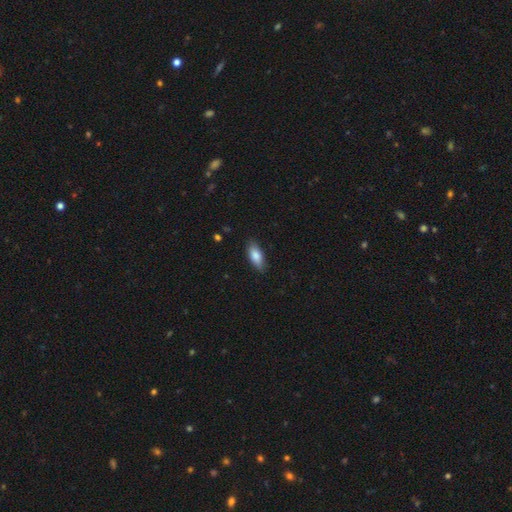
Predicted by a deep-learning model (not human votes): This is clearly a smooth galaxy (83%). How rounded: clearly in between (82%). Merging: clearly none (83%).